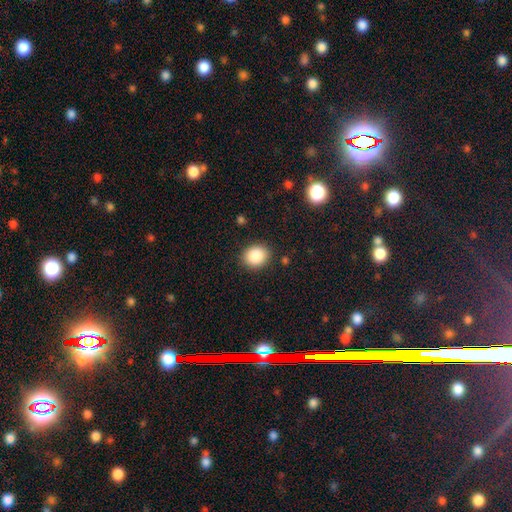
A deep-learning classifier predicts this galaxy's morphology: A smooth galaxy with no disk features (87%) that is round (64%).

Vote fractions:
- Smooth or featured? smooth: 87% / star or artifact: 9% / featured or disk: 5%
- How rounded? round: 64% / in between: 35% / cigar-shaped: 1%
- Merging? none: 88% / minor disturbance: 8% / major disturbance: 2% / merger: 1%